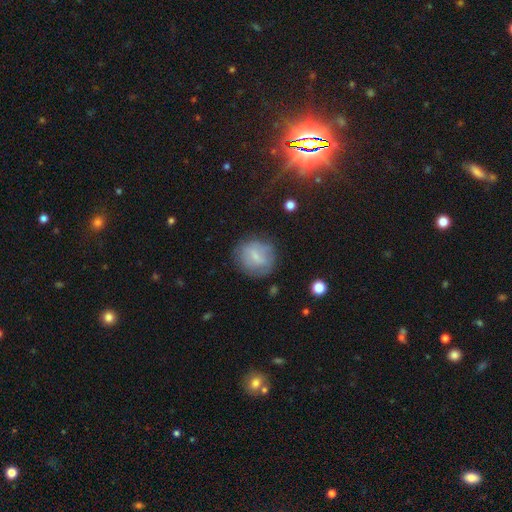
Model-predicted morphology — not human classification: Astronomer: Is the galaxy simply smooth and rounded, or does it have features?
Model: smooth — 62%.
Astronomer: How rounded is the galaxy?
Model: round — 83%.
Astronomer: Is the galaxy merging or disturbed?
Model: none — 73%.